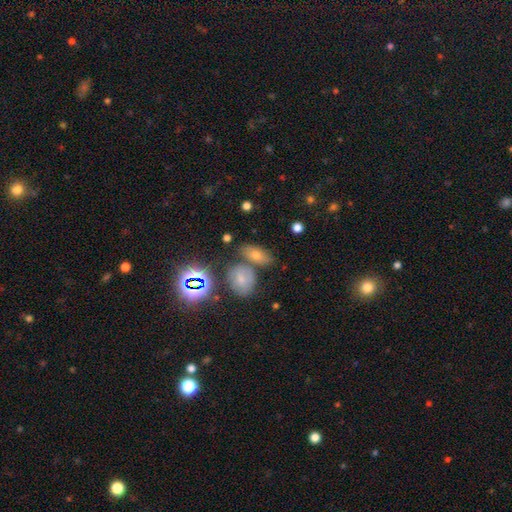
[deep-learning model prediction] Smooth or featured? star or artifact (55%)